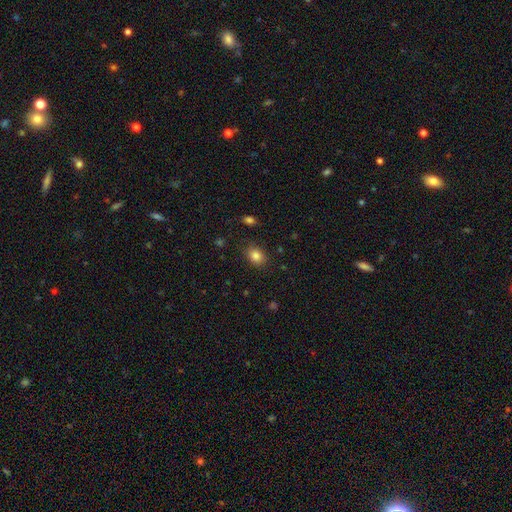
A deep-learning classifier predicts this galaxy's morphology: The model was most divided on "how rounded": in between: 61%, round: 38%, cigar-shaped: 1%. More confident: smooth or featured — smooth (84%); merging — none (84%).